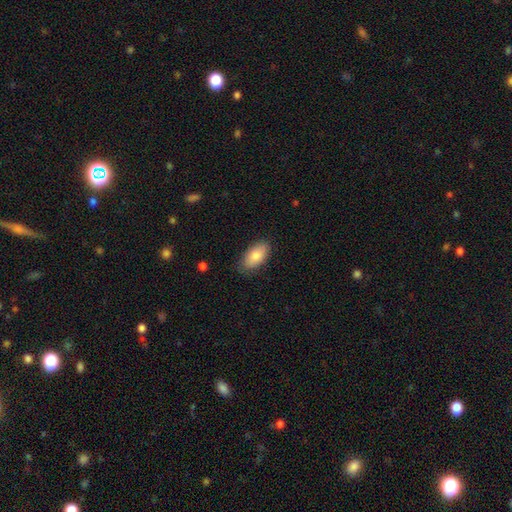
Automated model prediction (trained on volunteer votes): smooth_or_featured: smooth (p=0.81) [alt: featured or disk p=0.13]
how_rounded: in between (p=0.93) [alt: cigar-shaped p=0.03]
merging: none (p=0.84) [alt: minor disturbance p=0.13]